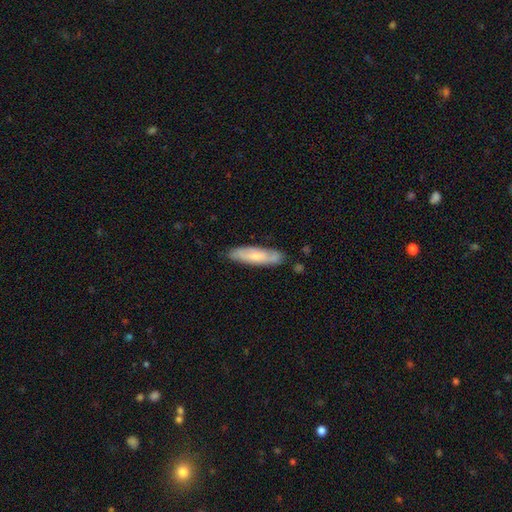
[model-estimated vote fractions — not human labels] A smooth galaxy with no disk features (57%) that is cigar-shaped (66%).

Vote fractions:
- Smooth or featured? smooth: 57% / featured or disk: 37% / star or artifact: 6%
- How rounded? cigar-shaped: 66% / in between: 32% / round: 2%
- Merging? none: 76% / minor disturbance: 18% / major disturbance: 3% / merger: 3%